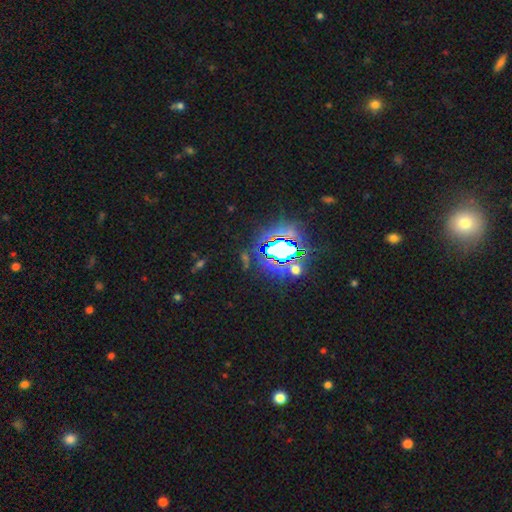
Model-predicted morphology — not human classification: star or artifact 82%, smooth 11%, featured or disk 7%.